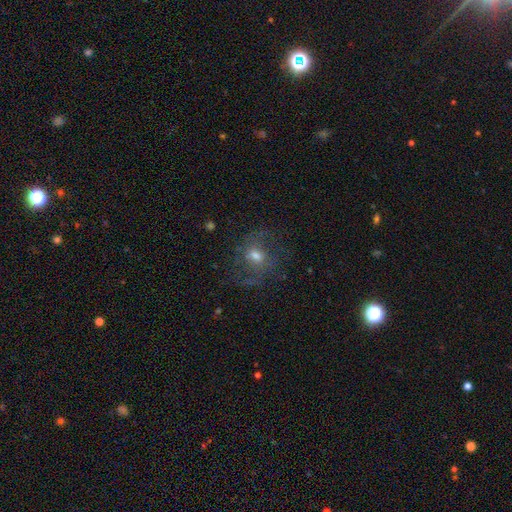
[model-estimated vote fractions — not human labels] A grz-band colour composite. It shows a featured or disk galaxy (53%) with no bar (54%), spiral arms (69%) and a moderate central bulge (60%). Merging: none (63%).